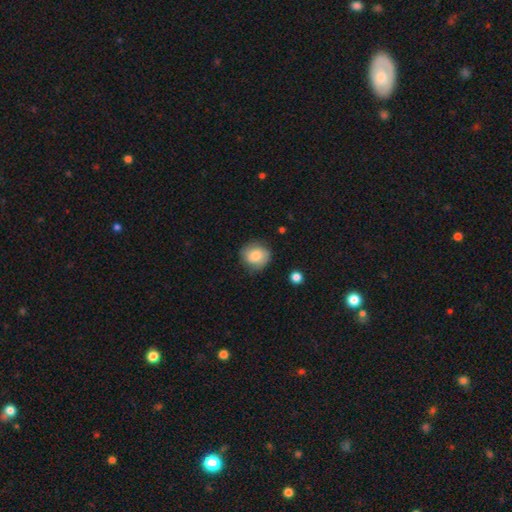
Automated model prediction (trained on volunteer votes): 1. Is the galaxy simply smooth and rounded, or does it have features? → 78% smooth, 14% featured or disk, 8% star or artifact.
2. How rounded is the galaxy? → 83% round, 16% in between, 1% cigar-shaped.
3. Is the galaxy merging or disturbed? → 77% none, 17% minor disturbance, 4% major disturbance, 2% merger.